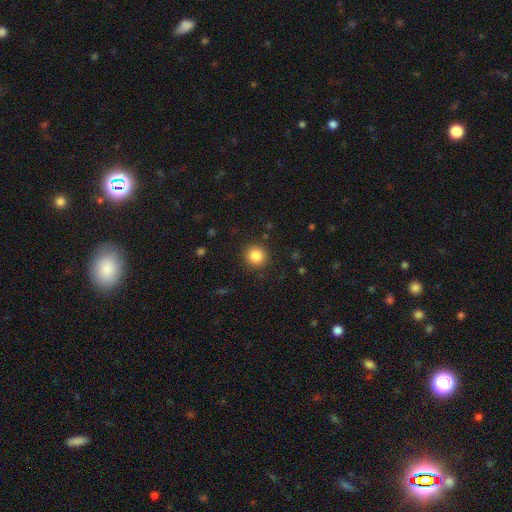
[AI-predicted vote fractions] Smooth or featured? Predicted: smooth (p=0.85). How rounded? Predicted: round (p=0.93). Merging? Predicted: none (p=0.90).